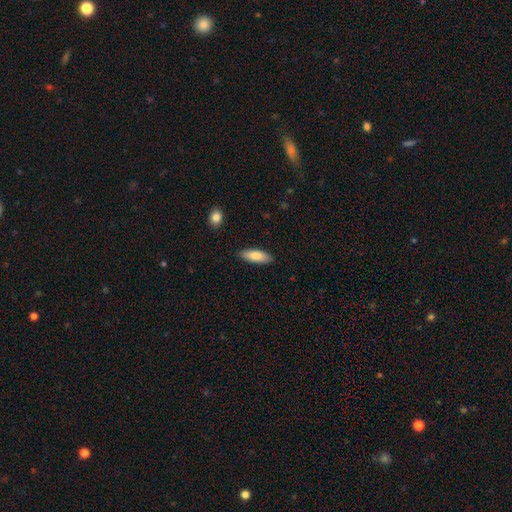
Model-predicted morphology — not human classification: The model was most divided on "how rounded": in between: 61%, cigar-shaped: 37%, round: 2%. More confident: merging — none (88%); smooth or featured — smooth (80%).